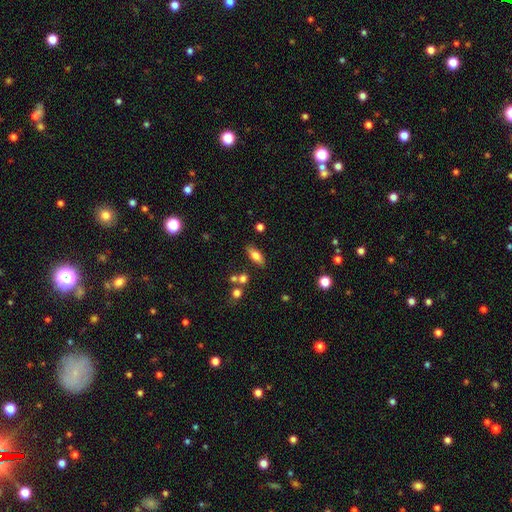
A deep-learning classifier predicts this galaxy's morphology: Smooth or featured? smooth (69%)
How rounded? in between (77%)
Merging? none (79%)